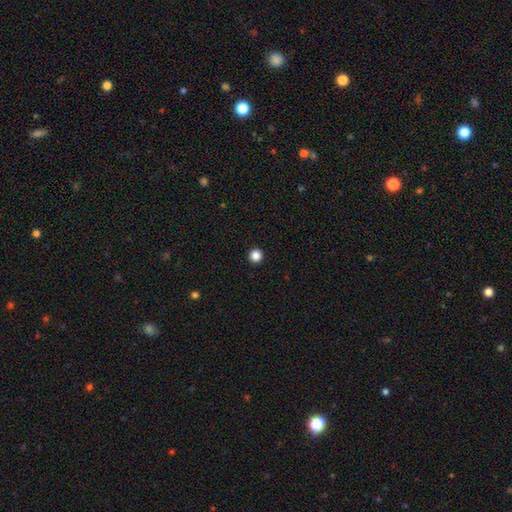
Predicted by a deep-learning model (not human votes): smooth 86%, star or artifact 12%, featured or disk 3%. Down the decision tree: how rounded — round (96%); merging — none (95%).